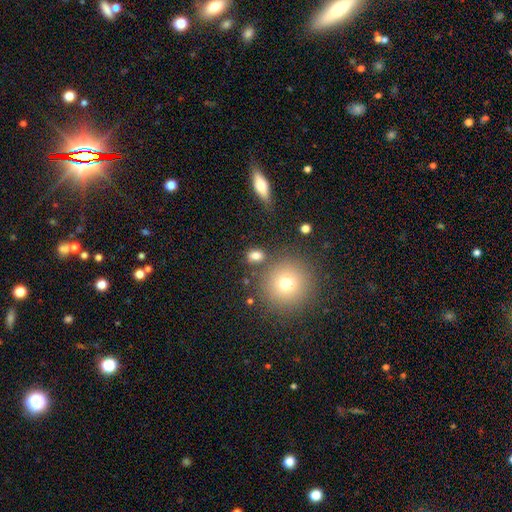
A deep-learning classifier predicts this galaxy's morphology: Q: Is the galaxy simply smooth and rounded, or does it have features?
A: smooth — 76%.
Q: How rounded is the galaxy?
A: in between — 57%.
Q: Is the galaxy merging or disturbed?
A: none — 75%.